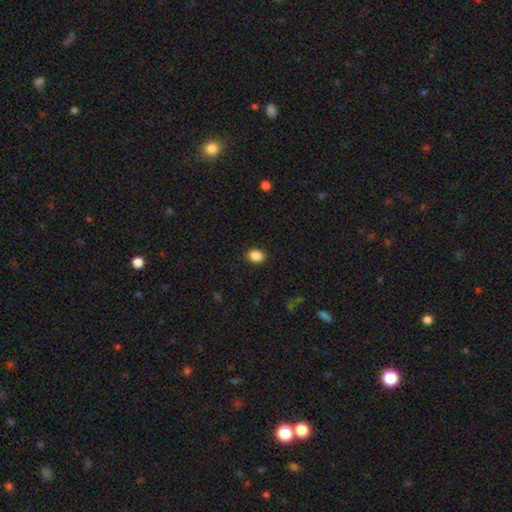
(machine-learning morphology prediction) Smooth or featured? smooth (89%)
How rounded? in between (70%)
Merging? none (88%)